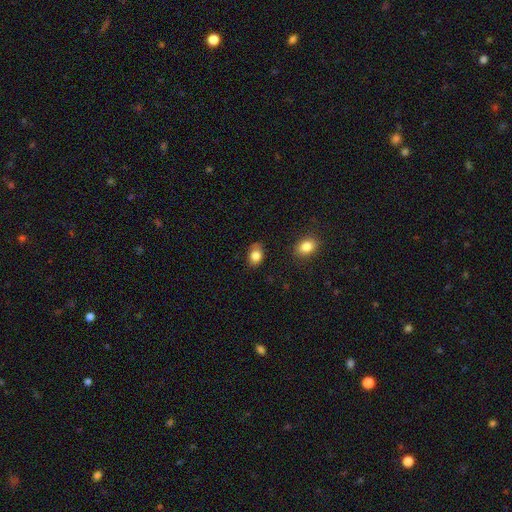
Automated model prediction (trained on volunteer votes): A smooth galaxy with no disk features (83%) that is in between round and cigar-shaped (77%).

Vote fractions:
- Smooth or featured? smooth: 83% / star or artifact: 8% / featured or disk: 8%
- How rounded? in between: 77% / round: 22% / cigar-shaped: 1%
- Merging? none: 76% / minor disturbance: 19% / major disturbance: 4% / merger: 2%